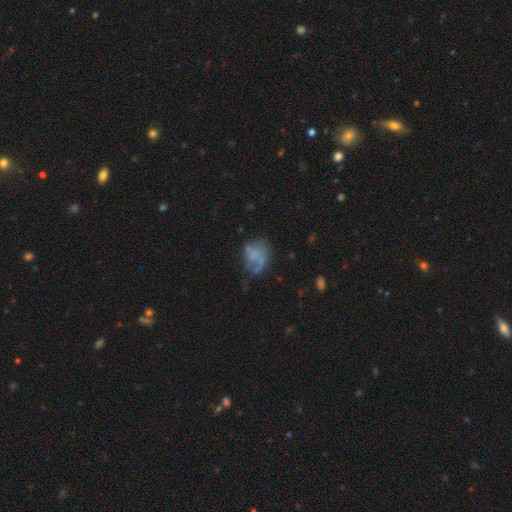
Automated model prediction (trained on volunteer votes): smooth_or_featured: smooth (p=0.45) [alt: featured or disk p=0.43]
merging: none (p=0.36) [alt: major disturbance p=0.30]